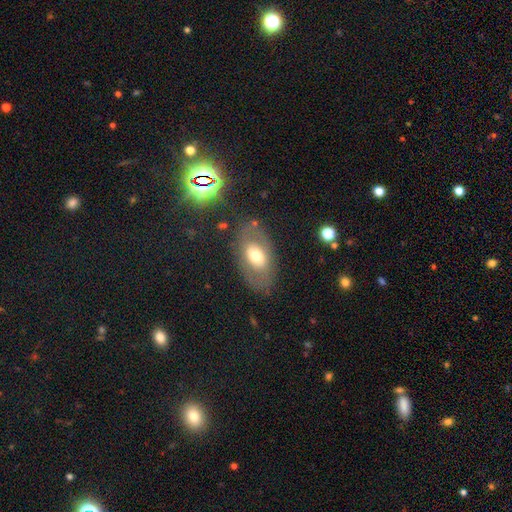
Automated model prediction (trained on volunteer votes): This is possibly a smooth galaxy (52%). How rounded: clearly in between (88%). Merging: likely none (76%).